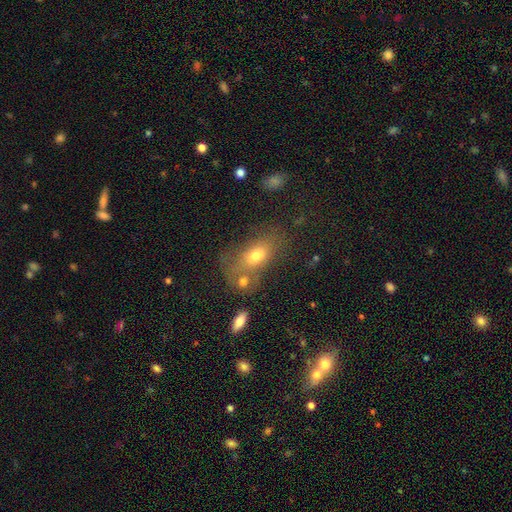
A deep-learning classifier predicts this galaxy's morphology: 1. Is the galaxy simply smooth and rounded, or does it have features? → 67% smooth, 20% featured or disk, 13% star or artifact.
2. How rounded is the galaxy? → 82% in between, 13% round, 5% cigar-shaped.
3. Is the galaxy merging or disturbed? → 47% none, 24% merger, 17% minor disturbance, 12% major disturbance.